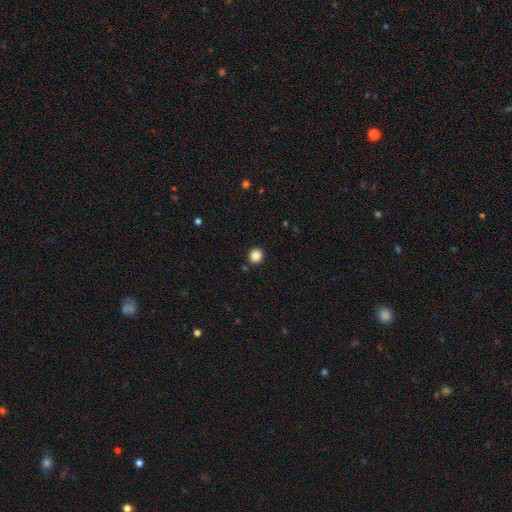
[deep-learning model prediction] smooth 86%, star or artifact 11%, featured or disk 3%. Down the decision tree: how rounded — round (91%); merging — none (91%).